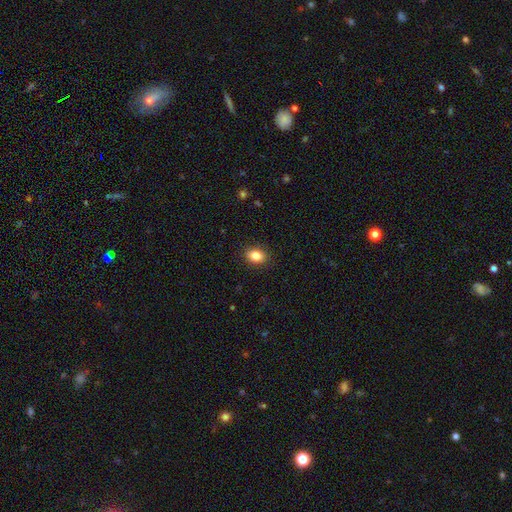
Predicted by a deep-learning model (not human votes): A smooth galaxy with no disk features (85%) that is in between round and cigar-shaped (73%). Merging: none (88%).